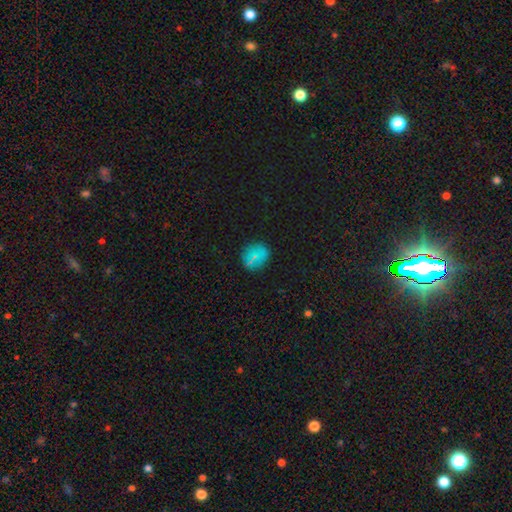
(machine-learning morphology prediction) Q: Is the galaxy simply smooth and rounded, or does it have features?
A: smooth — 66%.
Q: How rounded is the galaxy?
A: round — 87%.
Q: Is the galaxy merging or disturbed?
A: none — 89%.